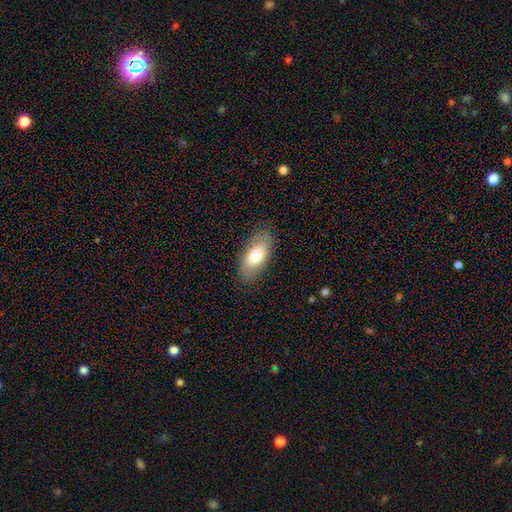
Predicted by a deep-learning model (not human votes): smooth-or-featured: smooth: 73% | featured or disk: 20% | star or artifact: 6%
  how-rounded: in between: 90% | cigar-shaped: 7% | round: 3%
  merging: none: 84% | minor disturbance: 12% | major disturbance: 3% | merger: 1%